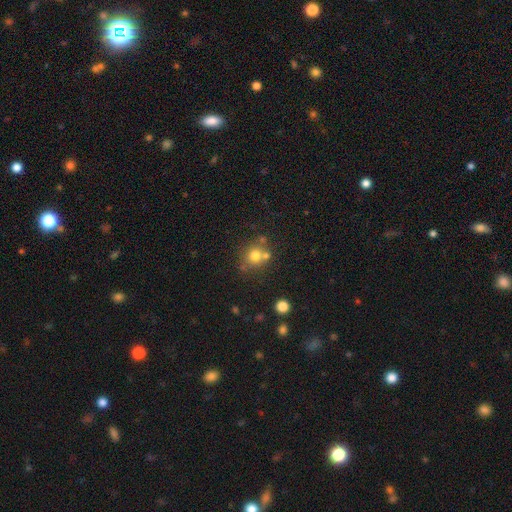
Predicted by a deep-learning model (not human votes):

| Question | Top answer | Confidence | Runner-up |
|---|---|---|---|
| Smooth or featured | smooth | 72% | star or artifact (15%) |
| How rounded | round | 86% | in between (13%) |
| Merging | none | 60% | merger (26%) |